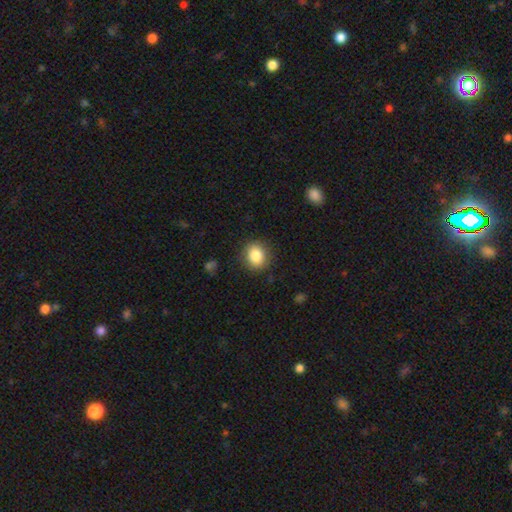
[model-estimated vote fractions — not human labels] Smooth or featured? smooth (84%)
How rounded? round (69%)
Merging? none (87%)